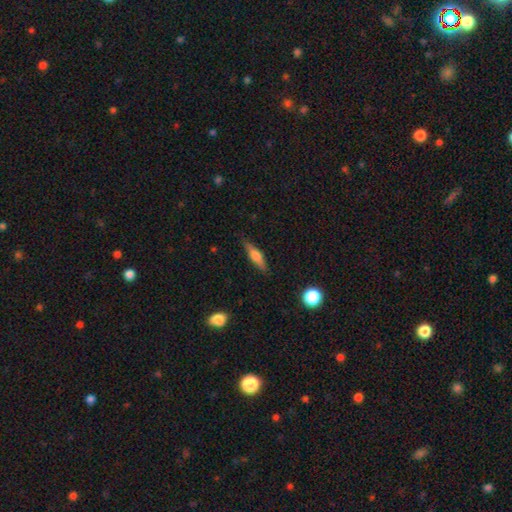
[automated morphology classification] smooth-or-featured: smooth: 46% (tied) | featured or disk: 46% (tied) | star or artifact: 7%
  merging: none: 84% | minor disturbance: 12% | major disturbance: 3% | merger: 1%